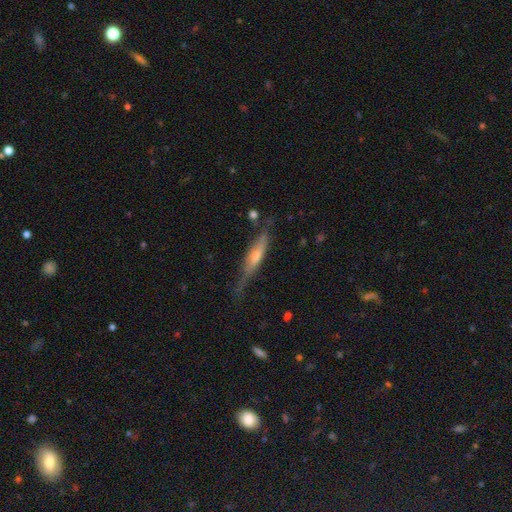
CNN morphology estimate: The model was most divided on "smooth or featured": featured or disk: 61%, smooth: 32%, star or artifact: 7%. More confident: edge-on disk — yes (90%); edge-on bulge — rounded (68%); merging — none (62%).